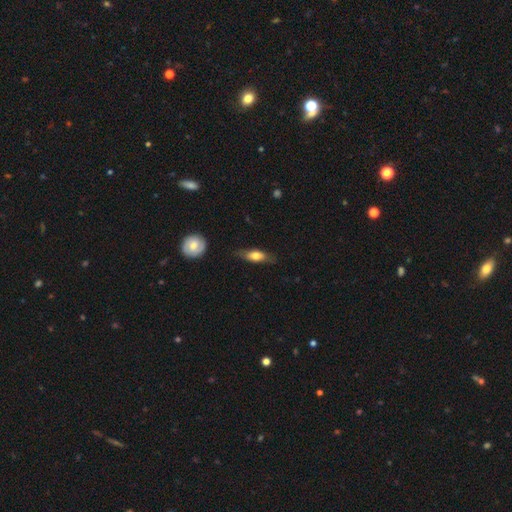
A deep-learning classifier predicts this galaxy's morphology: smooth-or-featured: smooth: 62% | featured or disk: 32% | star or artifact: 6%
  how-rounded: in between: 62% | cigar-shaped: 34% | round: 4%
  merging: none: 71% | minor disturbance: 21% | major disturbance: 5% | merger: 2%